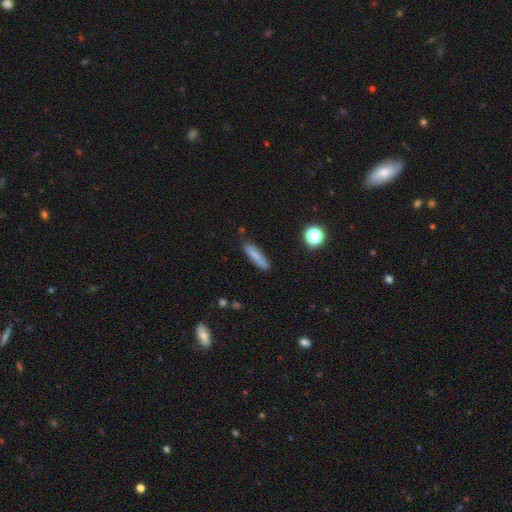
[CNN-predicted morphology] This is likely a smooth galaxy (77%). How rounded: clearly cigar-shaped (81%). Merging: clearly none (85%).